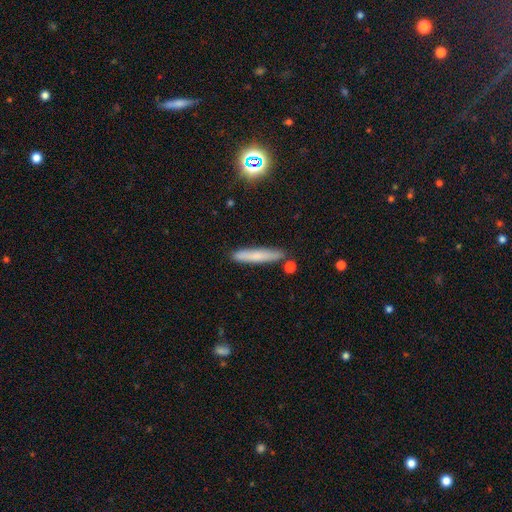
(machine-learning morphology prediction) Smooth or featured? smooth (68%)
How rounded? cigar-shaped (92%)
Merging? none (84%)